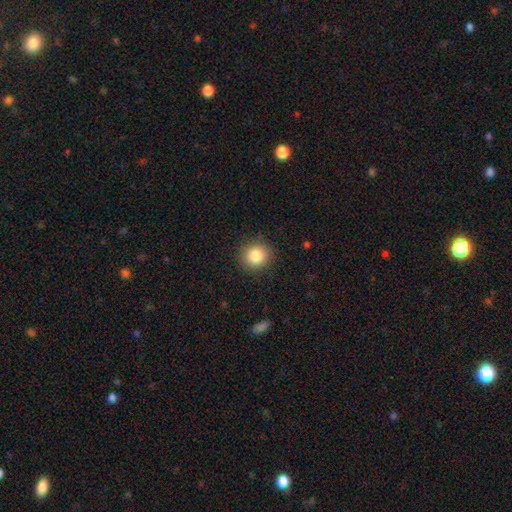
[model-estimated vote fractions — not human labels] This appears to be a smooth galaxy with no disk features (84%) that is round (88%). Merging: none (90%).